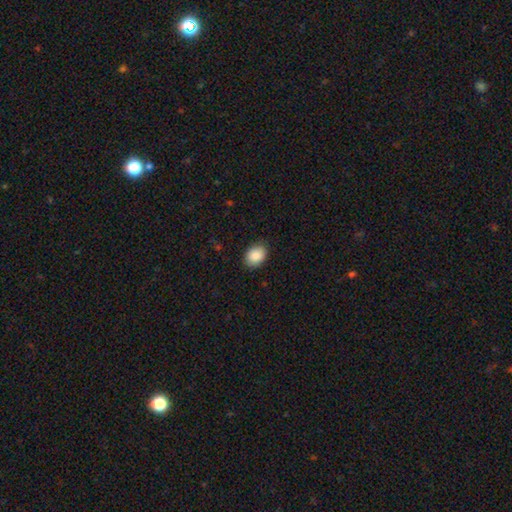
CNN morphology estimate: A smooth galaxy with no disk features (89%) that is in between round and cigar-shaped (68%). Merging: none (86%).